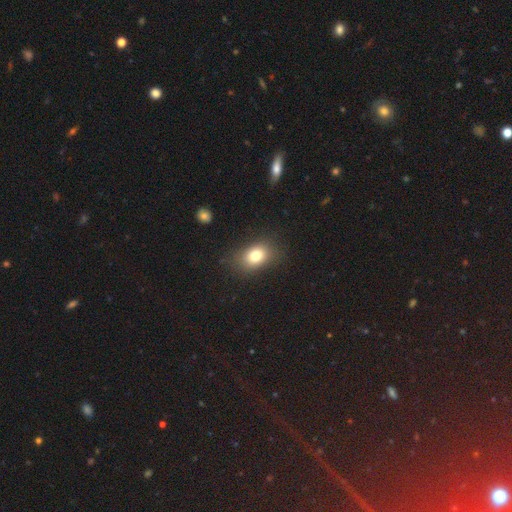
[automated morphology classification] A smooth galaxy with no disk features (78%) that is in between round and cigar-shaped (73%).

Vote fractions:
- Smooth or featured? smooth: 78% / star or artifact: 11% / featured or disk: 11%
- How rounded? in between: 73% / round: 25% / cigar-shaped: 1%
- Merging? none: 81% / minor disturbance: 13% / major disturbance: 5% / merger: 1%